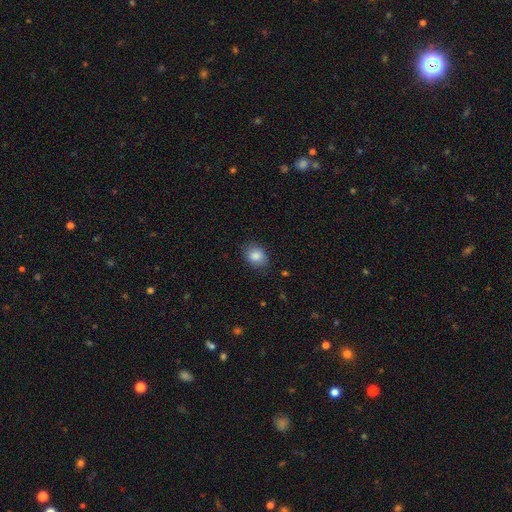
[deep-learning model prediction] Smooth or featured?
  - smooth: 85% *
  - star or artifact: 9%
  - featured or disk: 6%
How rounded?
  - in between: 56% *
  - round: 43%
  - cigar-shaped: 1%
Merging?
  - none: 81% *
  - minor disturbance: 15%
  - major disturbance: 3%
  - merger: 1%